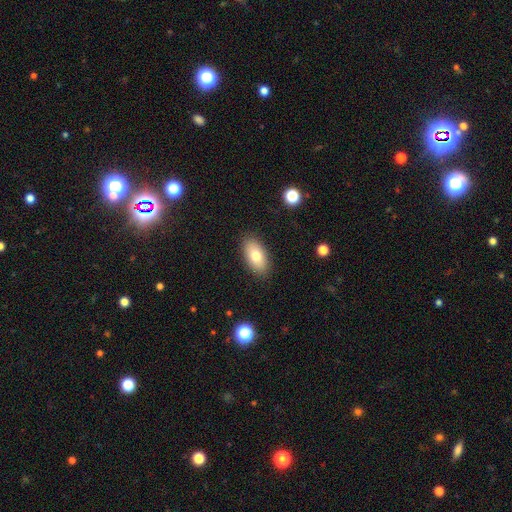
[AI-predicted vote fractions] Overall: smooth (75%). How rounded: in between (92%). Merging: none (87%).